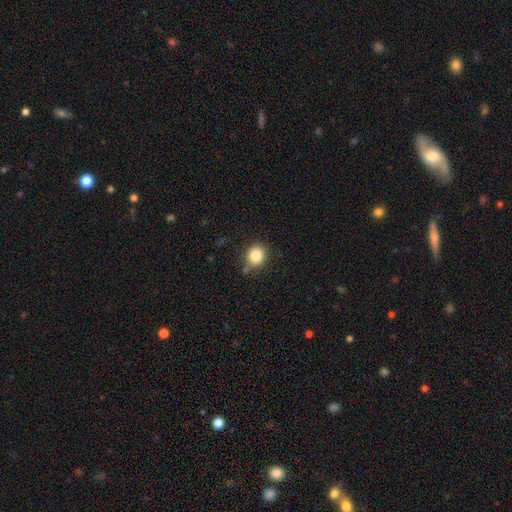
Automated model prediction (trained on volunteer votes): A smooth galaxy with no disk features (85%) that is round (81%). Merging: none (77%).